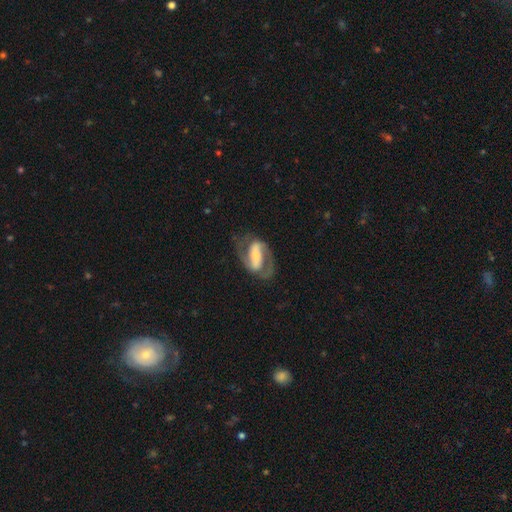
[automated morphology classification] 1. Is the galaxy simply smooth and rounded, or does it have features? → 83% featured or disk, 12% smooth, 5% star or artifact.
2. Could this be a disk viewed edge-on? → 95% no, 5% yes.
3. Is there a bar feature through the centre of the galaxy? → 62% strong, 25% weak, 14% no.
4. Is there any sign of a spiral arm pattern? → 90% yes, 10% no.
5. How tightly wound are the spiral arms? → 52% medium, 25% tight, 23% loose.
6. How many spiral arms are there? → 90% 2, 4% can't tell, 3% 1, 1% 3, 1% 4, 1% more than 4.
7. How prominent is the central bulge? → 47% moderate, 36% small, 11% large, 4% none, 2% dominant.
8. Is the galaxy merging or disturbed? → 74% none, 15% minor disturbance, 10% major disturbance, 2% merger.